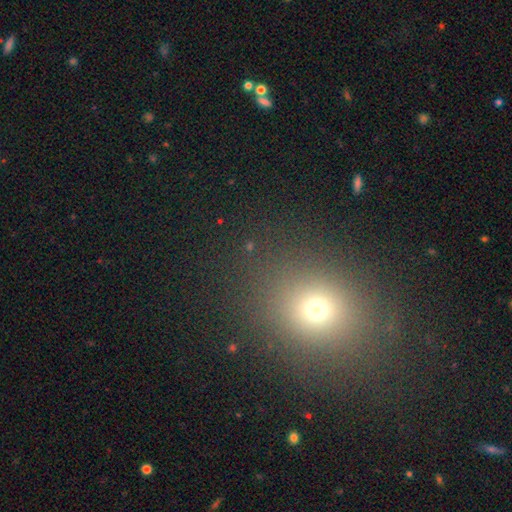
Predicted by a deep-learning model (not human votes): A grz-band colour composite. It shows a smooth galaxy with no disk features (61%) that is round (65%). Merging: none (87%).